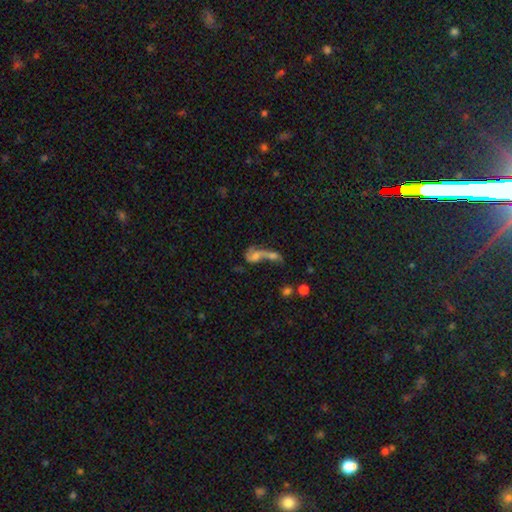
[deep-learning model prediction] Overall: featured or disk (52%; smooth 35%). Edge-on disk: no (94%). Merging: merger (70%).